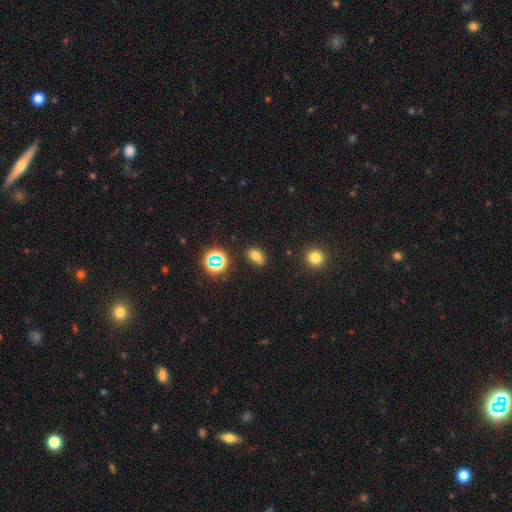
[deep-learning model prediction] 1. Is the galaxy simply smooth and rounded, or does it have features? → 69% smooth, 20% star or artifact, 11% featured or disk.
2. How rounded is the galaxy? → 68% in between, 30% round, 2% cigar-shaped.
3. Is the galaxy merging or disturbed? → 64% none, 16% minor disturbance, 16% merger, 5% major disturbance.